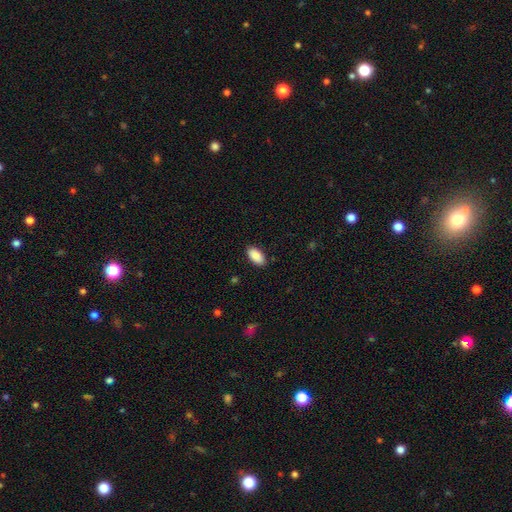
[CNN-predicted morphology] smooth 89%, star or artifact 6%, featured or disk 4%. Down the decision tree: how rounded — in between (95%); merging — none (88%).